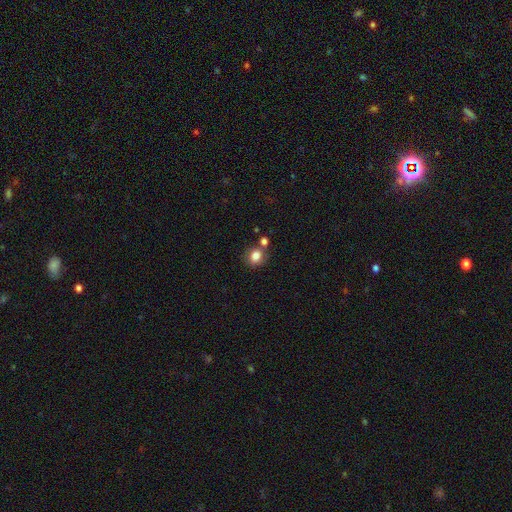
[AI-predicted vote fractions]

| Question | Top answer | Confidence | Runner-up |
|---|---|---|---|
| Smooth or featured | smooth | 82% | star or artifact (11%) |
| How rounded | round | 71% | in between (28%) |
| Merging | none | 65% | merger (18%) |